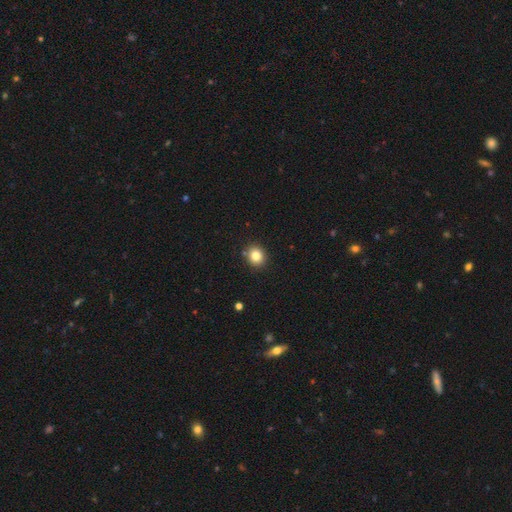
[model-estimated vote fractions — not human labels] Smooth or featured? Predicted: smooth (p=0.82). How rounded? Predicted: round (p=0.80). Merging? Predicted: none (p=0.88).